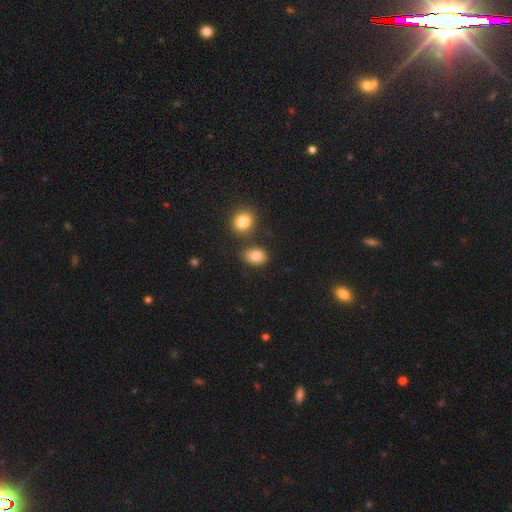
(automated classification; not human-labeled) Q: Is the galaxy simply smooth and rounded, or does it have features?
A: smooth — 84%.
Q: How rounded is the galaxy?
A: in between — 72%.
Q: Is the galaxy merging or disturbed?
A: none — 75%.